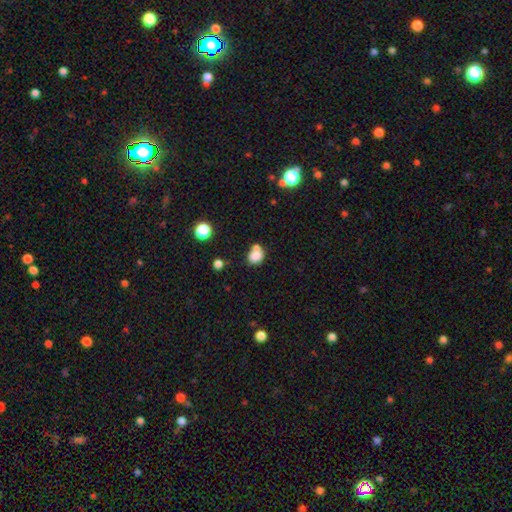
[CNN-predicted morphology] Overall: smooth (79%). How rounded: round (57%; in between 42%). Merging: merger (43%; none 39%).